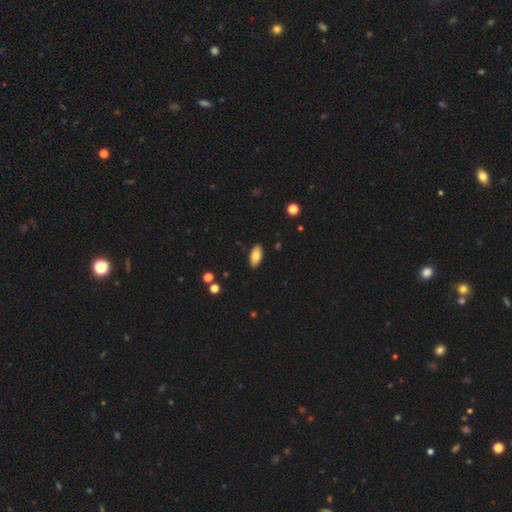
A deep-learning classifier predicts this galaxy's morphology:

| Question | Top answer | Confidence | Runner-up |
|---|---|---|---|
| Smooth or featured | smooth | 79% | featured or disk (14%) |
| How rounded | in between | 91% | cigar-shaped (7%) |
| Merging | none | 89% | minor disturbance (8%) |